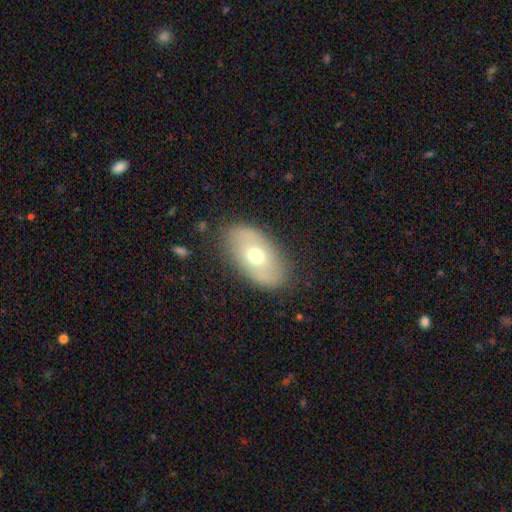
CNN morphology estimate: type=smooth (55%); roundness=in between (91%); merging=none (82%).